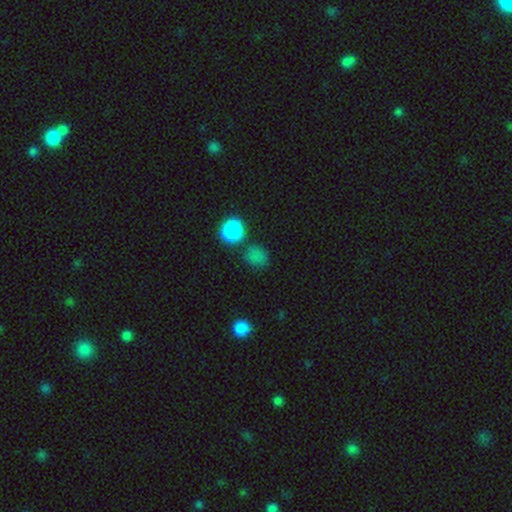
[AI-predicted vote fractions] Morphology: type=smooth (78%); roundness=round (76%); merging=none (68%).